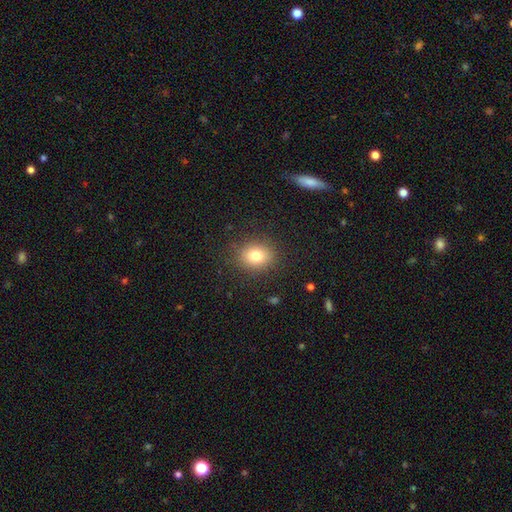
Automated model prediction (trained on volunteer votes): A smooth galaxy with no disk features (80%) that is round (59%).

Vote fractions:
- Smooth or featured? smooth: 80% / star or artifact: 11% / featured or disk: 9%
- How rounded? round: 59% / in between: 40% / cigar-shaped: 1%
- Merging? none: 86% / minor disturbance: 9% / major disturbance: 3% / merger: 1%